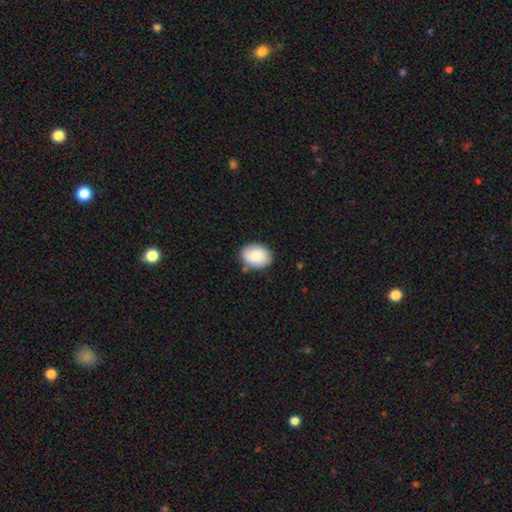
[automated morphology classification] type=smooth (79%); roundness=in between (60%); merging=none (80%).